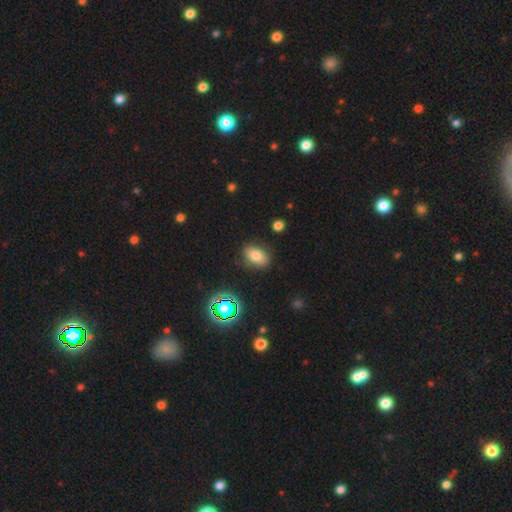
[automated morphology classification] A smooth galaxy with no disk features (73%) that is in between round and cigar-shaped (85%).

Vote fractions:
- Smooth or featured? smooth: 73% / star or artifact: 14% / featured or disk: 13%
- How rounded? in between: 85% / round: 12% / cigar-shaped: 3%
- Merging? none: 82% / minor disturbance: 13% / major disturbance: 3% / merger: 2%